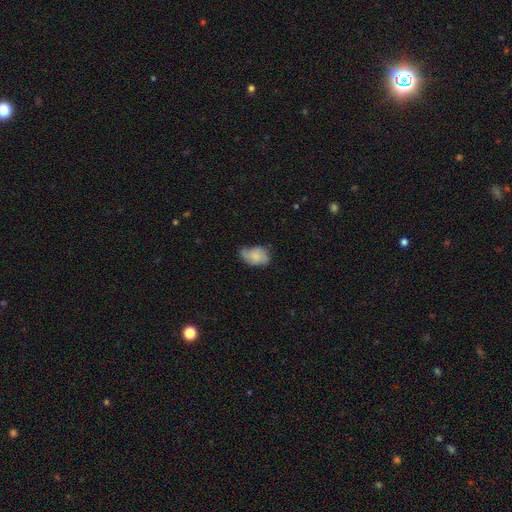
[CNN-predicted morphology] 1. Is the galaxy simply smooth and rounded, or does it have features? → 65% smooth, 27% featured or disk, 8% star or artifact.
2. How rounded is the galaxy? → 83% in between, 16% round, 1% cigar-shaped.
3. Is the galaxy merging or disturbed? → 43% none, 40% minor disturbance, 15% major disturbance, 2% merger.